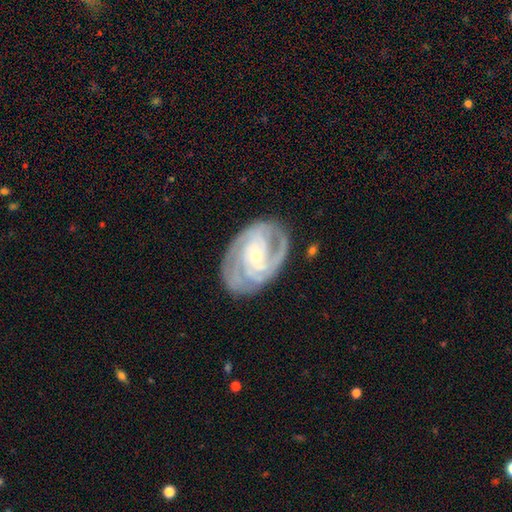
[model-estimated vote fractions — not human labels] A featured or disk galaxy (89%) with no bar (61%), 3 (36%) tight (66%) spiral arms (98%) and a small central bulge (66%). Merging: none (78%).